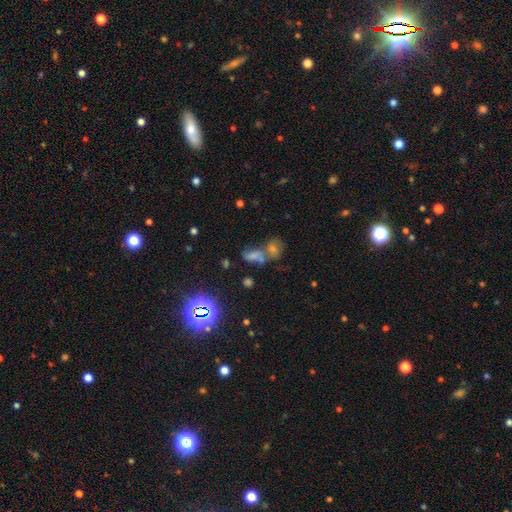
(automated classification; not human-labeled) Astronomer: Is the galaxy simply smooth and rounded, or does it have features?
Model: smooth — 58%.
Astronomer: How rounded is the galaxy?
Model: in between — 74%.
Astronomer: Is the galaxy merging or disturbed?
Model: merger — 52% (runner-up: none, 30%).